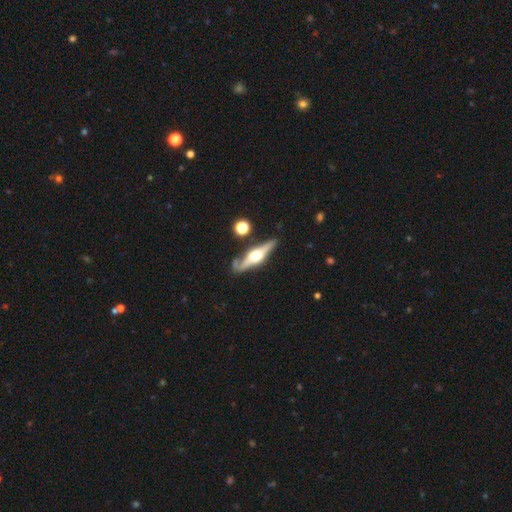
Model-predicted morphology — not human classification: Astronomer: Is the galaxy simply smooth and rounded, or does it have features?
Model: featured or disk — 77%.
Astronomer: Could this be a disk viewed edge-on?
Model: yes — 96%.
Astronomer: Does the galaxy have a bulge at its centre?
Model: rounded — 94%.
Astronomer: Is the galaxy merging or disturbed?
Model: none — 80%.